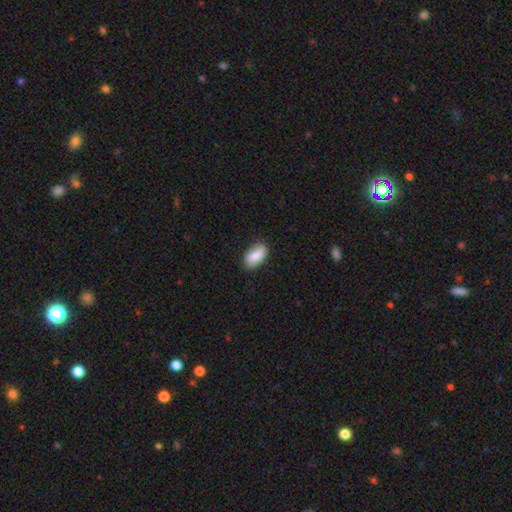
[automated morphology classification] Smooth or featured?
  - smooth: 80% *
  - featured or disk: 13%
  - star or artifact: 7%
How rounded?
  - in between: 91% *
  - cigar-shaped: 4%
  - round: 4%
Merging?
  - none: 78% *
  - minor disturbance: 17%
  - major disturbance: 3%
  - merger: 1%